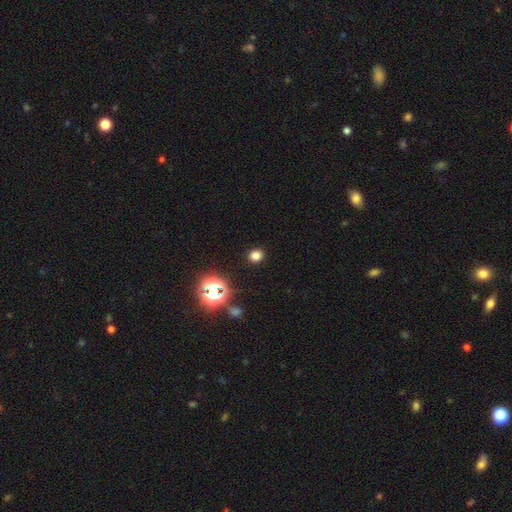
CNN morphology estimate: smooth_or_featured: smooth (p=0.76) [alt: star or artifact p=0.19]
how_rounded: round (p=0.76) [alt: in between p=0.23]
merging: none (p=0.90) [alt: minor disturbance p=0.06]